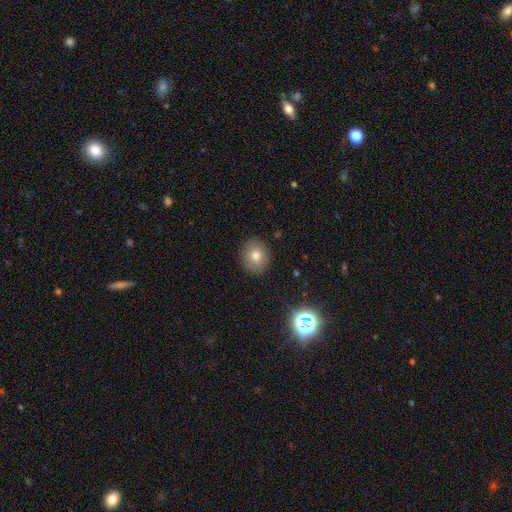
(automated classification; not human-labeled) Morphology: type=smooth (77%); roundness=round (61%); merging=none (88%).